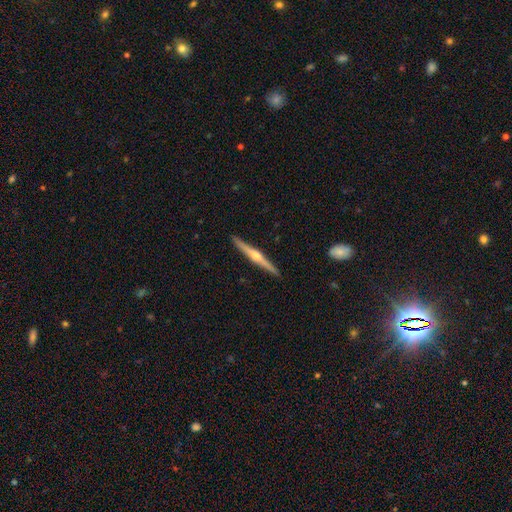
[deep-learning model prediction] This is likely a featured or disk galaxy (80%). It is clearly viewed edge-on (98%). Edge-on bulge: clearly rounded (92%). Merging: clearly none (92%).